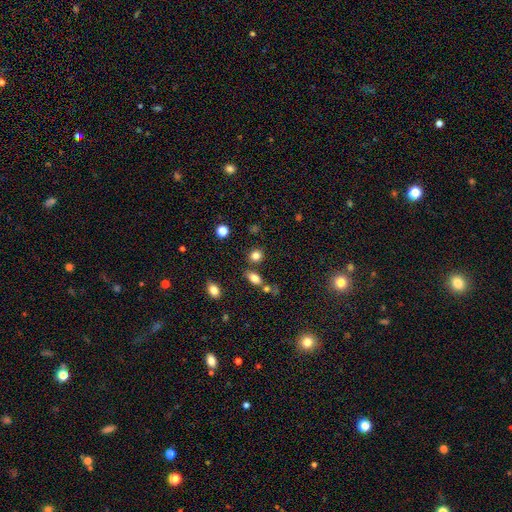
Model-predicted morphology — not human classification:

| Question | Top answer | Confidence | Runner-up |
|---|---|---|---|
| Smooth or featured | smooth | 83% | star or artifact (11%) |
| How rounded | round | 59% | in between (39%) |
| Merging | none | 76% | merger (10%) |